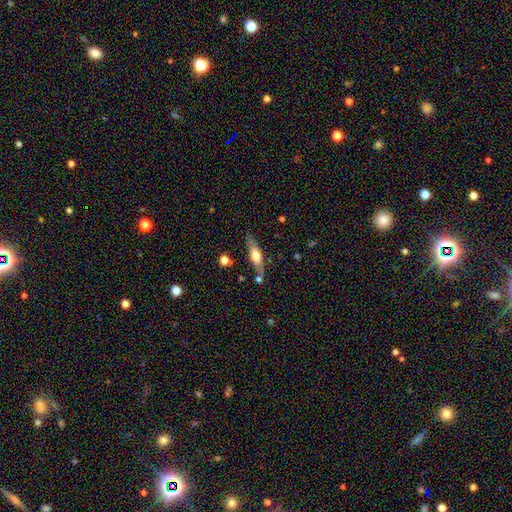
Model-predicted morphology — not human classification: Smooth or featured: featured or disk — 49% (smooth — 45%)
Merging: none — 76% (minor disturbance — 15%)